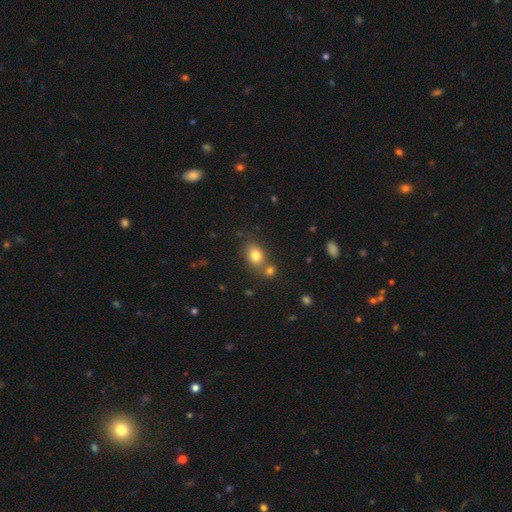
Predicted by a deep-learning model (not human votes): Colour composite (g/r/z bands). It shows a smooth galaxy with no disk features (78%) that is in between round and cigar-shaped (69%). Merging: none (58%).